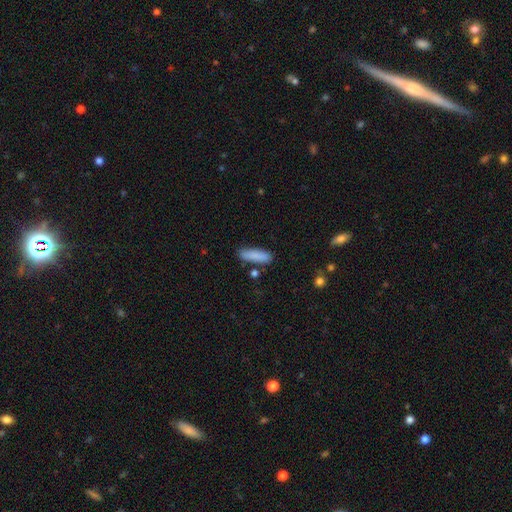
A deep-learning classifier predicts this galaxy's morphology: A smooth galaxy with no disk features (87%) that is cigar-shaped (58%). Merging: none (82%).